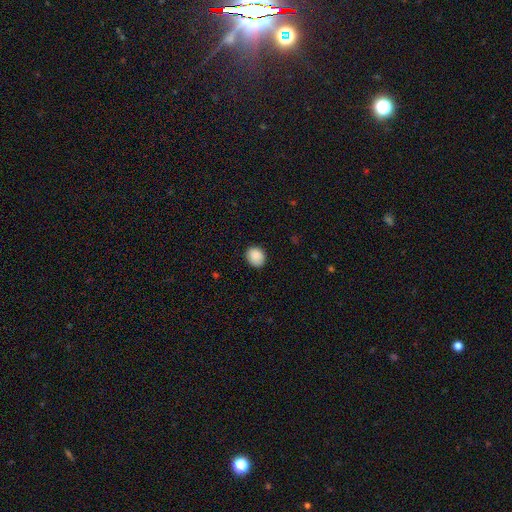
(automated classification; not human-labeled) smooth-or-featured: smooth: 89% | star or artifact: 8% | featured or disk: 3%
  how-rounded: round: 67% | in between: 32% | cigar-shaped: 1%
  merging: none: 85% | minor disturbance: 11% | major disturbance: 2% | merger: 1%